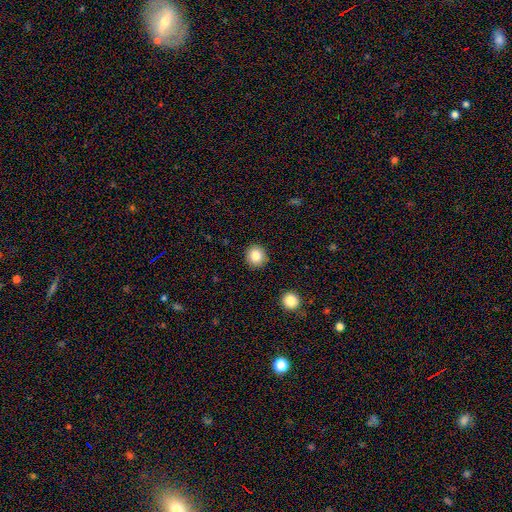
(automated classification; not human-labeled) Morphology: type=smooth (83%); roundness=round (91%); merging=none (91%).